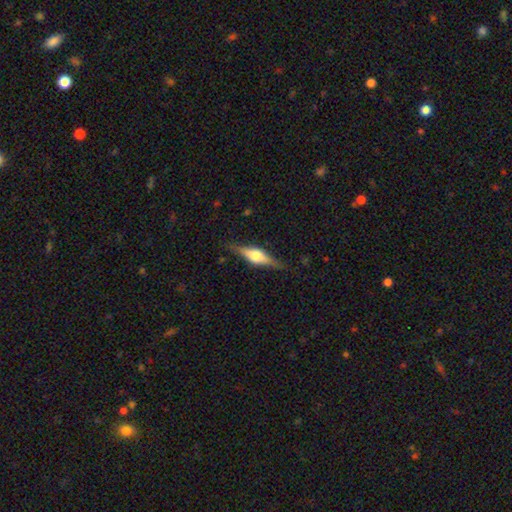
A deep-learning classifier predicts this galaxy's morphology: This appears to be a featured or disk galaxy (69%) viewed edge-on (97%) with a rounded central bulge (89%). Merging: none (84%).